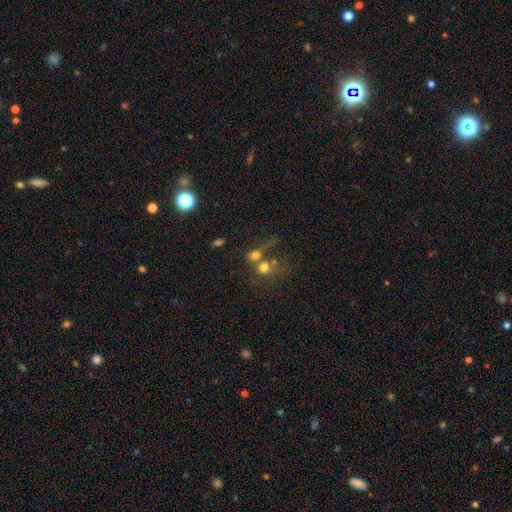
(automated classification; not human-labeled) smooth 68%, featured or disk 18%, star or artifact 14%. Down the decision tree: how rounded — round (62%); merging — merger (55%).